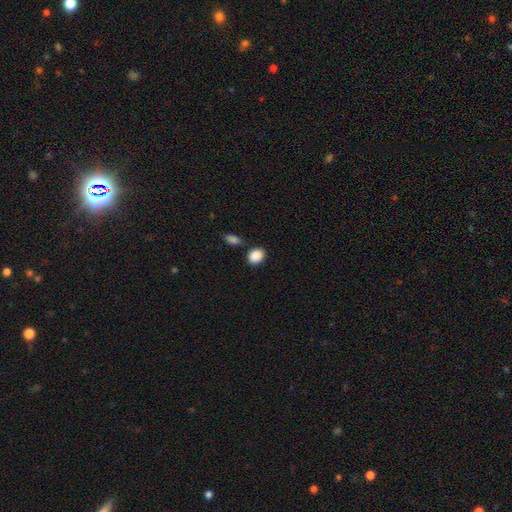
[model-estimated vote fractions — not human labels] This appears to be a smooth galaxy with no disk features (89%) that is in between round and cigar-shaped (59%). Merging: none (80%).